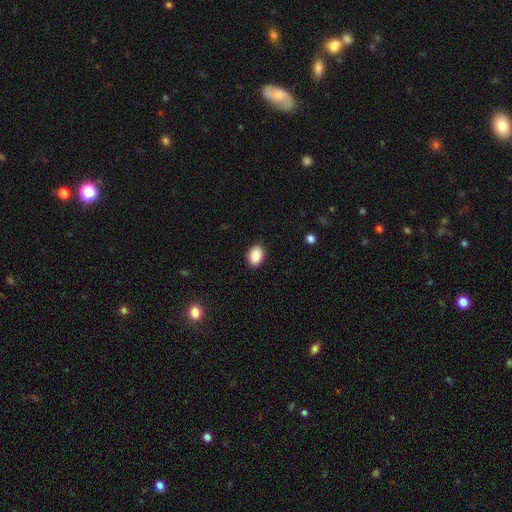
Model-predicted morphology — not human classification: Q: Smooth or featured?
A: smooth (90%); runner-up: star or artifact (7%)
Q: How rounded?
A: in between (79%); runner-up: round (20%)
Q: Merging?
A: none (88%); runner-up: minor disturbance (9%)